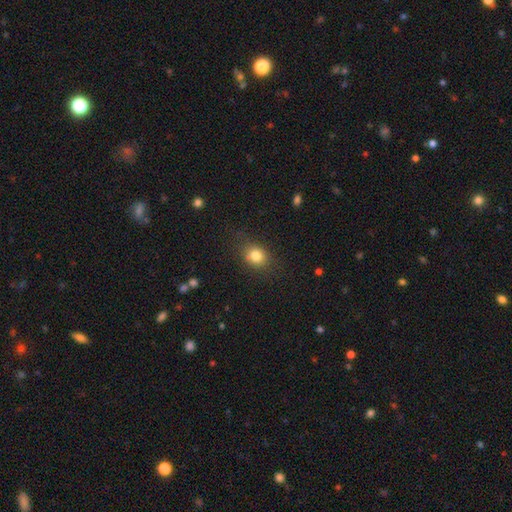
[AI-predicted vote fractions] Q: Smooth or featured?
A: smooth (81%); runner-up: star or artifact (11%)
Q: How rounded?
A: round (56%); runner-up: in between (43%)
Q: Merging?
A: none (79%); runner-up: minor disturbance (15%)